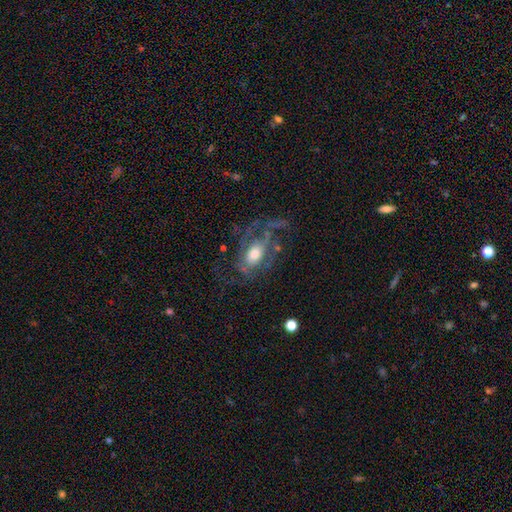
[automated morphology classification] Smooth or featured: featured or disk — 76% (smooth — 14%)
Edge-on disk: no — 94% (yes — 6%)
Bar: no — 64% (weak — 27%)
Spiral arms: yes — 79% (no — 21%)
Spiral winding: medium — 43% (tight — 31%)
Spiral arm count: can't tell — 35% (2 — 28%)
Bulge size: moderate — 62% (large — 18%)
Merging: none — 48% (major disturbance — 31%)